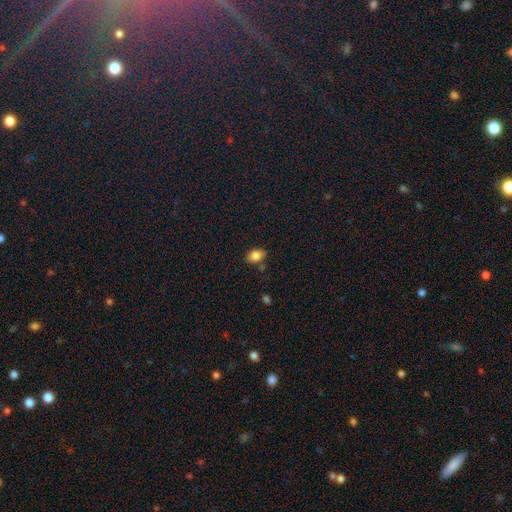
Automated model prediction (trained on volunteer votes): The model was most divided on "merging": none: 78%, minor disturbance: 13%, merger: 6%, major disturbance: 3%. More confident: smooth or featured — smooth (83%); how rounded — in between (83%).